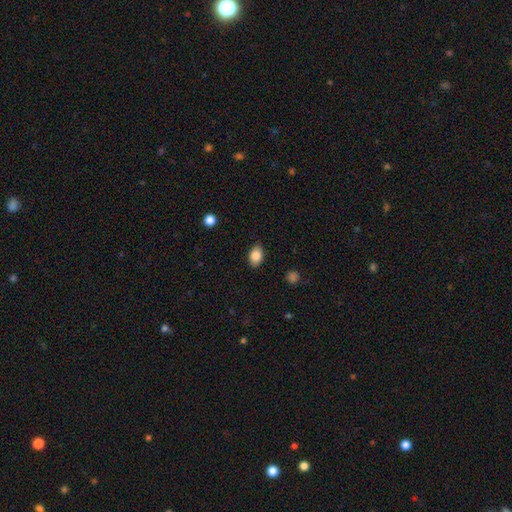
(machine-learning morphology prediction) smooth 85%, star or artifact 8%, featured or disk 7%. Down the decision tree: how rounded — in between (84%); merging — none (85%).